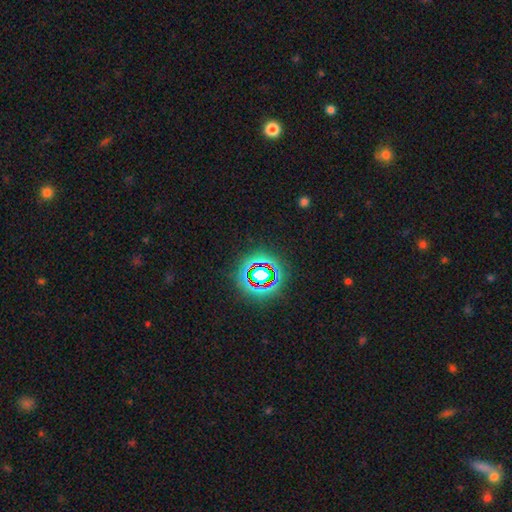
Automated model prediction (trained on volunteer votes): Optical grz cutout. It shows a star or artifact, not a galaxy (71%).